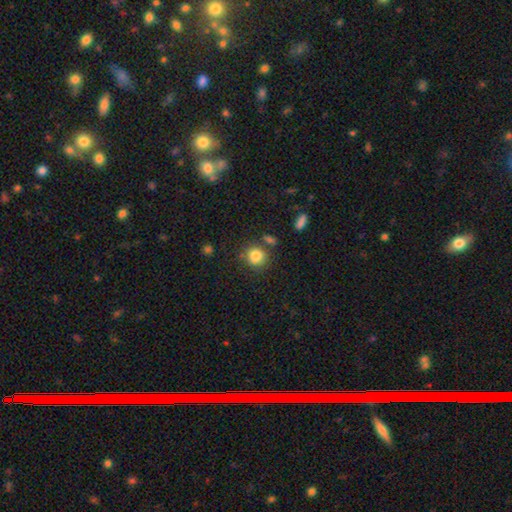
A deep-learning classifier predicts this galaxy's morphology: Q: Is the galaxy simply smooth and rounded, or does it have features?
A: smooth — 84%.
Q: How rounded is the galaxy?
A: round — 85%.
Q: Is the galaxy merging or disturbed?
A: none — 76%.